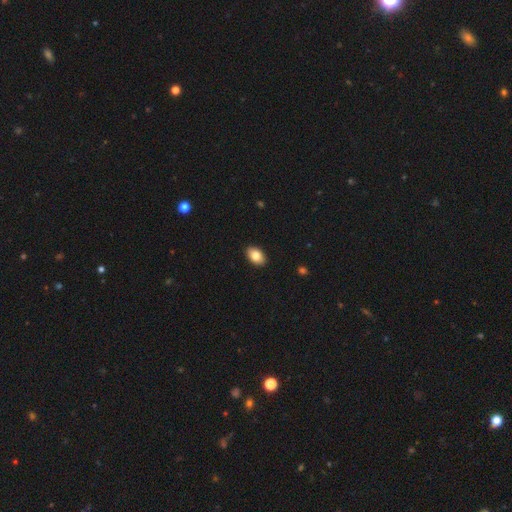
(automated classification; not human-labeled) A smooth galaxy with no disk features (83%) that is in between round and cigar-shaped (89%). Merging: none (91%).